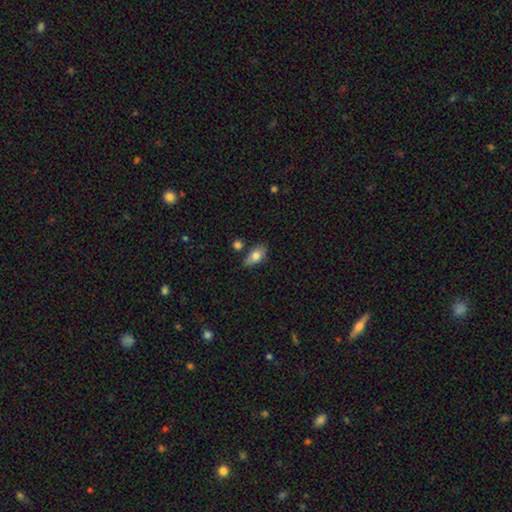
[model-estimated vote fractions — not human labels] Smooth or featured?
  - smooth: 77% *
  - featured or disk: 16%
  - star or artifact: 7%
How rounded?
  - in between: 88% *
  - round: 6%
  - cigar-shaped: 6%
Merging?
  - none: 71% *
  - minor disturbance: 18%
  - merger: 7%
  - major disturbance: 4%